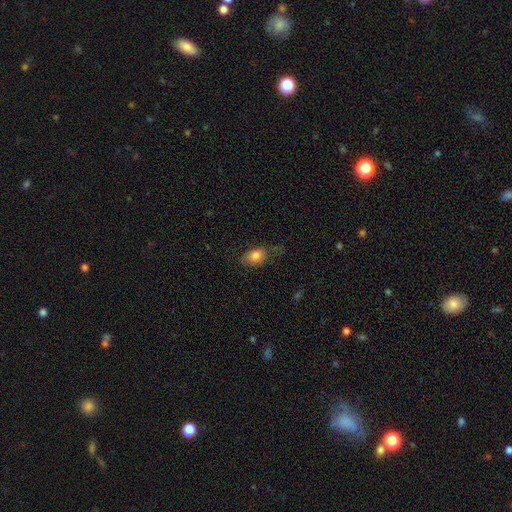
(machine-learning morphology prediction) Overall: smooth (79%). How rounded: in between (79%). Merging: none (50%; minor disturbance 31%).